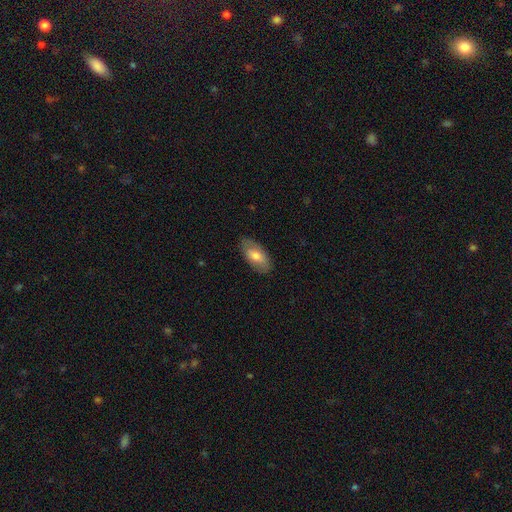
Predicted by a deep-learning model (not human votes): Q: Smooth or featured?
A: smooth (71%); runner-up: featured or disk (23%)
Q: How rounded?
A: in between (92%); runner-up: cigar-shaped (6%)
Q: Merging?
A: none (83%); runner-up: minor disturbance (13%)